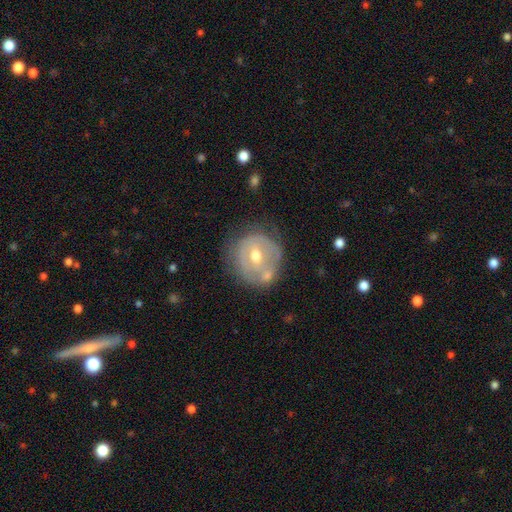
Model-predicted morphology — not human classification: Smooth or featured? featured or disk (60%)
Edge-on disk? no (96%)
Bar? no (53%)
Spiral arms? no (60%)
Bulge size? moderate (75%)
Merging? none (55%)